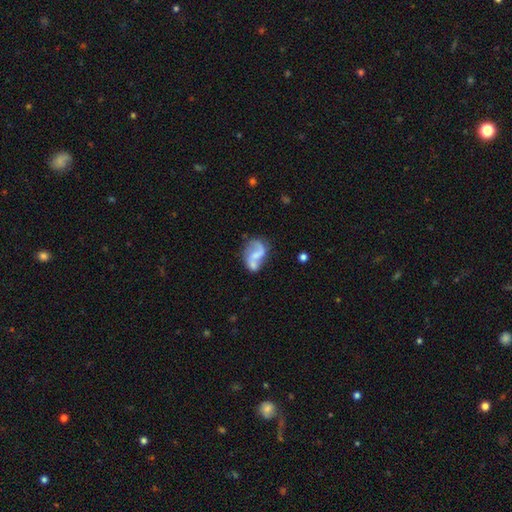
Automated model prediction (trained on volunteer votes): A featured or disk galaxy (69%) with no bar (43%), 2 (84%) loose (65%) spiral arms (83%) and no central bulge (45%).

Vote fractions:
- Smooth or featured? featured or disk: 69% / smooth: 23% / star or artifact: 7%
- Edge-on disk? no: 98% / yes: 2%
- Bar? no: 43% / weak: 40% / strong: 17%
- Spiral arms? yes: 83% / no: 17%
- Spiral winding? loose: 65% / medium: 28% / tight: 7%
- Spiral arm count? 2: 84% / 1: 9% / can't tell: 5% / 3: 1% / 4: 1% / more than 4: 1%
- Bulge size? none: 45% / small: 32% / moderate: 18% / large: 4% / dominant: 2%
- Merging? none: 41% / merger: 26% / minor disturbance: 20% / major disturbance: 14%